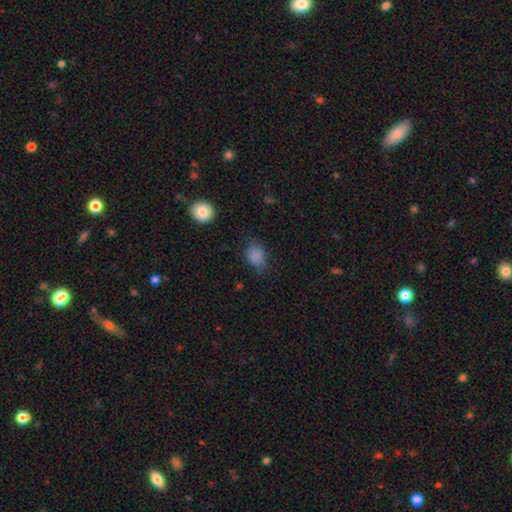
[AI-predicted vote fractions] smooth-or-featured: smooth: 84% | star or artifact: 10% | featured or disk: 5%
  how-rounded: in between: 67% | round: 31% | cigar-shaped: 1%
  merging: none: 70% | minor disturbance: 23% | major disturbance: 6% | merger: 2%